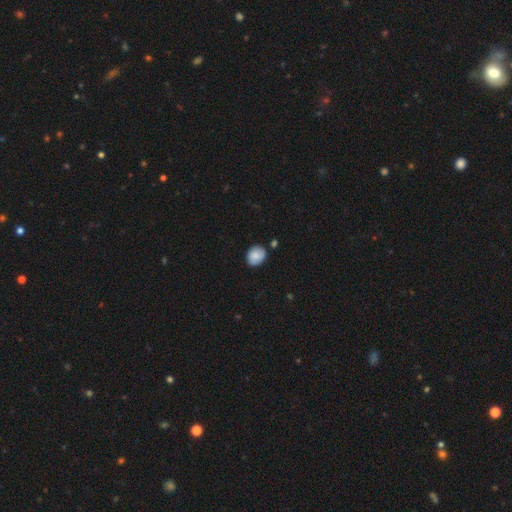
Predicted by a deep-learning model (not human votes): A smooth galaxy with no disk features (85%) that is round (61%). Merging: none (78%).